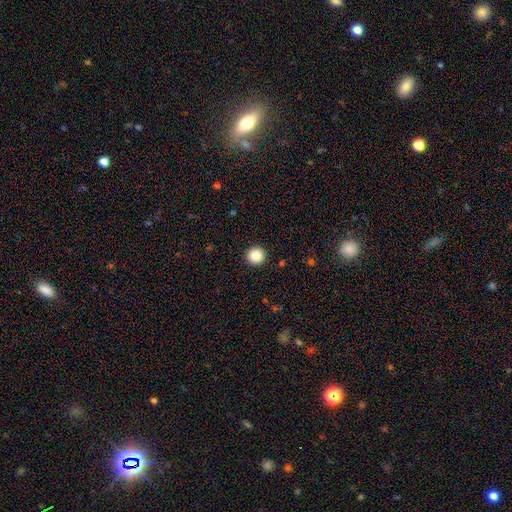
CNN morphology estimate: A smooth galaxy with no disk features (86%) that is round (95%).

Vote fractions:
- Smooth or featured? smooth: 86% / star or artifact: 10% / featured or disk: 5%
- How rounded? round: 95% / in between: 4% / cigar-shaped: 1%
- Merging? none: 93% / minor disturbance: 4% / major disturbance: 2% / merger: 1%